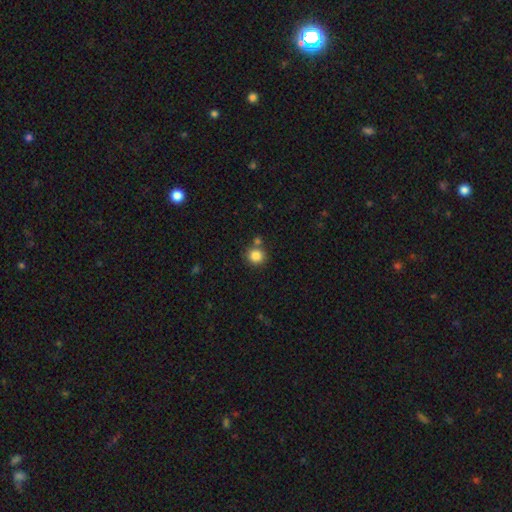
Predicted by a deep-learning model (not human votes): A smooth galaxy with no disk features (85%) that is round (89%). Merging: none (72%).